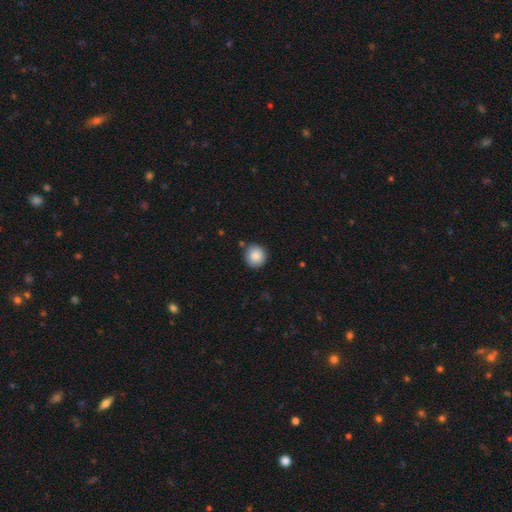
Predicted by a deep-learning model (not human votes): Morphology: type=smooth (87%); roundness=round (92%); merging=none (86%).